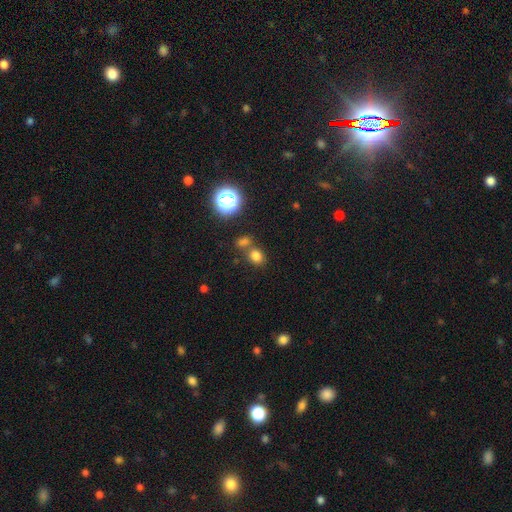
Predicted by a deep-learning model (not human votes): This is likely a smooth galaxy (74%). How rounded: possibly round (52%). Merging: likely none (62%).